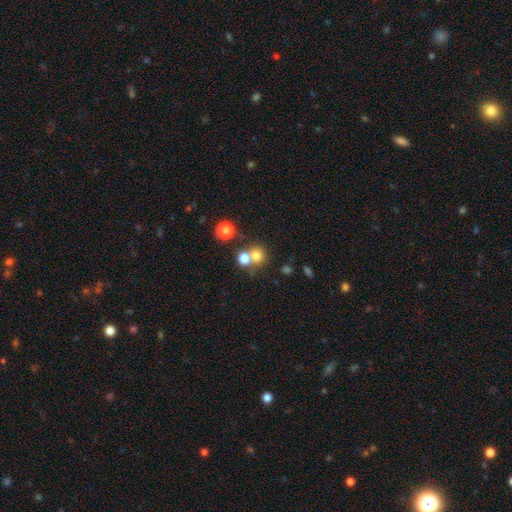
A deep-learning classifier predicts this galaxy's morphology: Smooth or featured? smooth (74%)
How rounded? round (84%)
Merging? none (50%)